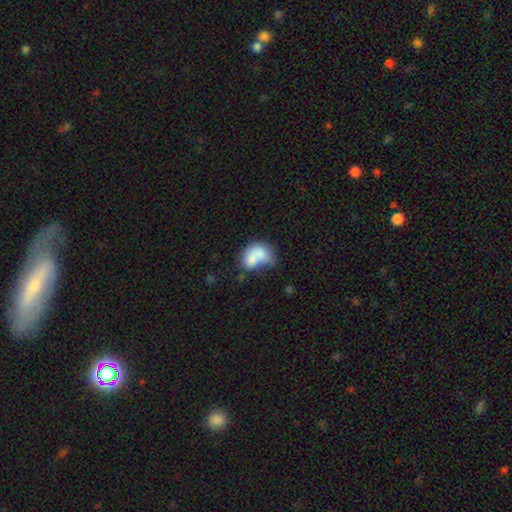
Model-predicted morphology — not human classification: type=smooth (72%); roundness=in between (75%); merging=merger (53%).